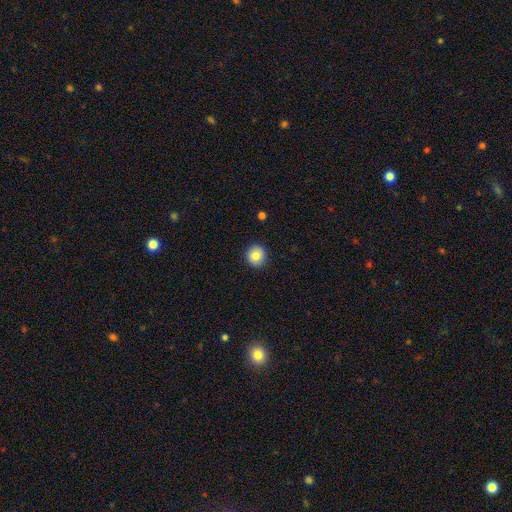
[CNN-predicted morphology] Smooth or featured? Predicted: smooth (p=0.82). How rounded? Predicted: round (p=0.92). Merging? Predicted: none (p=0.92).